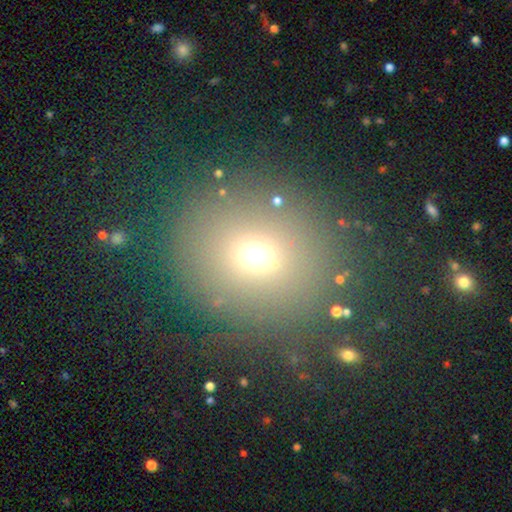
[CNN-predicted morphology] Smooth or featured: smooth — 65% (star or artifact — 25%)
How rounded: round — 83% (in between — 15%)
Merging: none — 83% (minor disturbance — 9%)